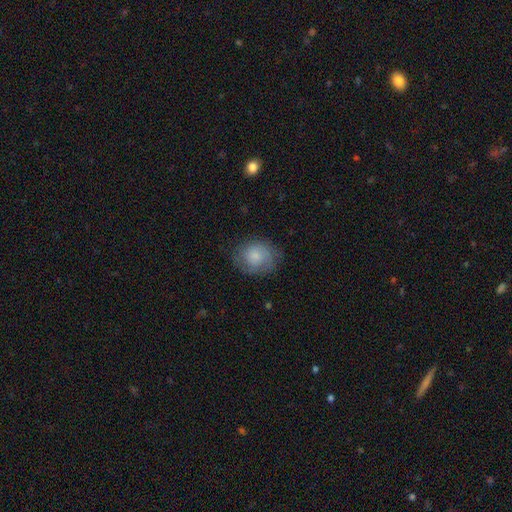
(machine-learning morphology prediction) Q: Smooth or featured?
A: smooth (69%); runner-up: featured or disk (23%)
Q: How rounded?
A: round (75%); runner-up: in between (24%)
Q: Merging?
A: none (72%); runner-up: minor disturbance (19%)